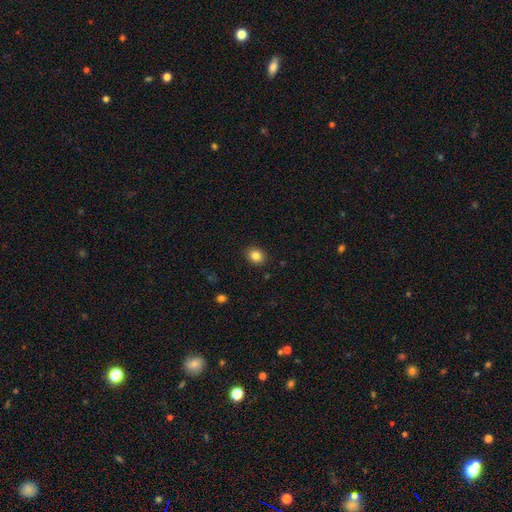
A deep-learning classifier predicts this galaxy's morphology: The model was most divided on "how rounded": round: 60%, in between: 40%, cigar-shaped: 1%. More confident: merging — none (90%); smooth or featured — smooth (85%).